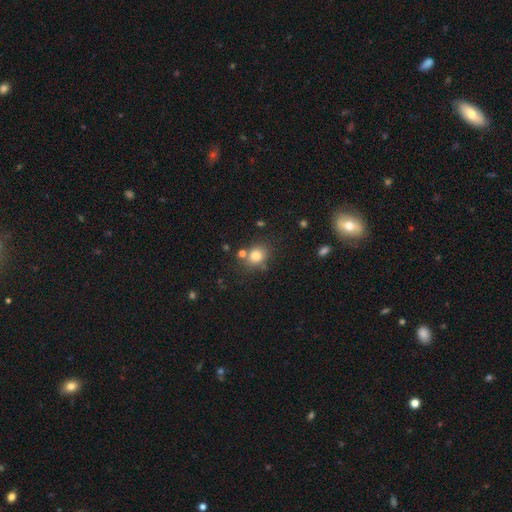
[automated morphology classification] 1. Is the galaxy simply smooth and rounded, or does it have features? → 79% smooth, 13% star or artifact, 8% featured or disk.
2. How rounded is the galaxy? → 67% round, 32% in between, 1% cigar-shaped.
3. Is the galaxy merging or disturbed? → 72% none, 12% minor disturbance, 11% merger, 4% major disturbance.